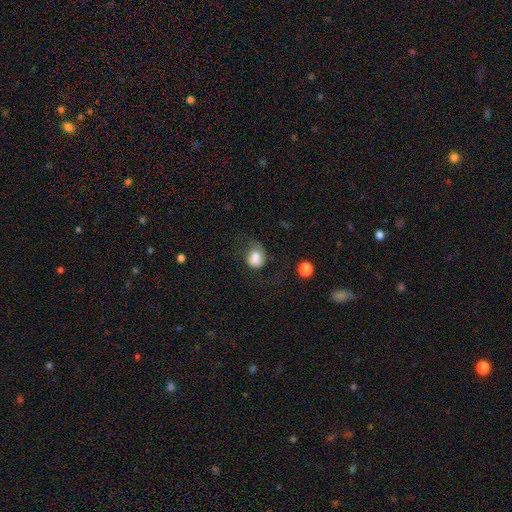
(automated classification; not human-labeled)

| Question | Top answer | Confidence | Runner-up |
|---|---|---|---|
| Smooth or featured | smooth | 73% | featured or disk (17%) |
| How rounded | in between | 50% | round (49%) |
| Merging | none | 36% | major disturbance (31%) |